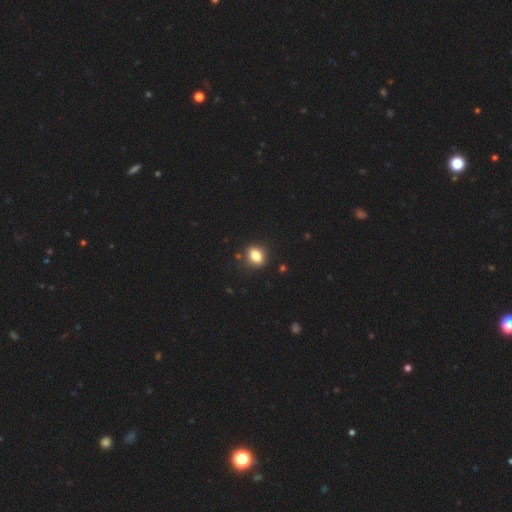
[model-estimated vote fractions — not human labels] Morphology: type=smooth (82%); roundness=in between (66%); merging=none (86%).